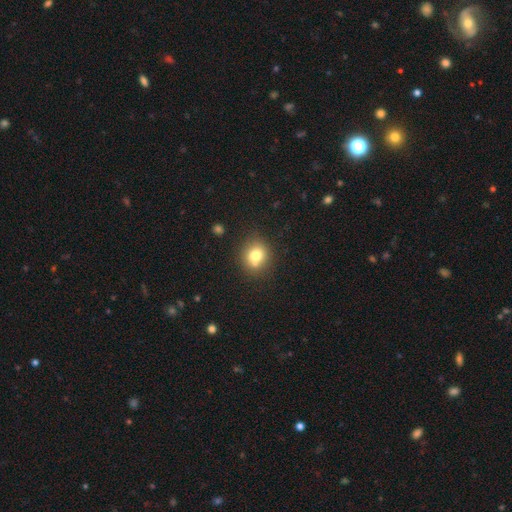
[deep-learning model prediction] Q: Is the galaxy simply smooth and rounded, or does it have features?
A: smooth — 73%.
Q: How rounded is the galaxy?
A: round — 78%.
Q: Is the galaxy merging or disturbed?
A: none — 65%.